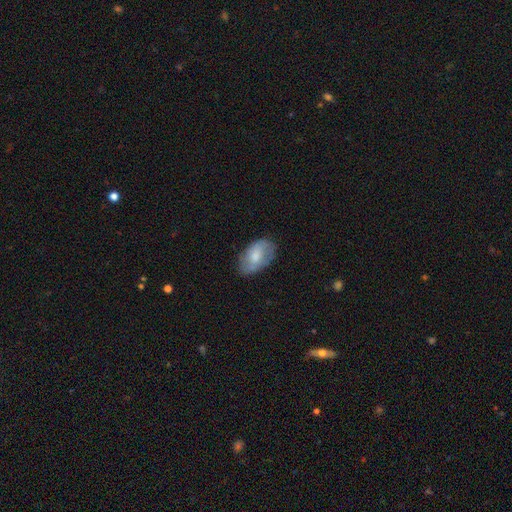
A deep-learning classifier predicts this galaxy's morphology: This is likely a smooth galaxy (65%). How rounded: clearly in between (92%). Merging: likely none (70%).